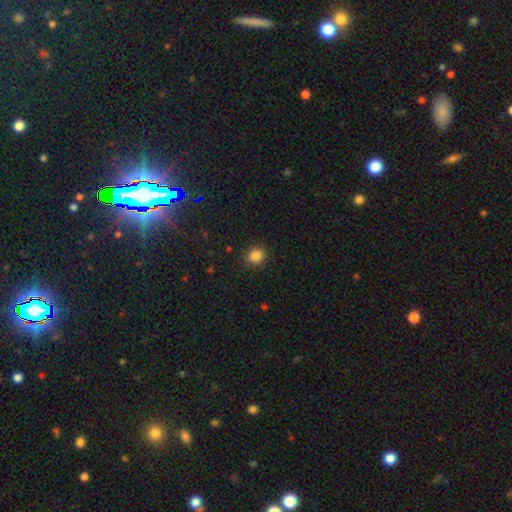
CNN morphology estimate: A smooth galaxy with no disk features (85%) that is round (83%).

Vote fractions:
- Smooth or featured? smooth: 85% / star or artifact: 11% / featured or disk: 4%
- How rounded? round: 83% / in between: 16% / cigar-shaped: 1%
- Merging? none: 90% / minor disturbance: 7% / major disturbance: 2% / merger: 1%